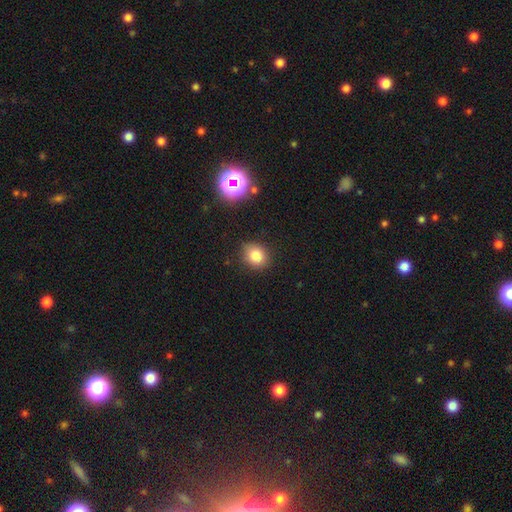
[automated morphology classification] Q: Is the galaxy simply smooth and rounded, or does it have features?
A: smooth — 79%.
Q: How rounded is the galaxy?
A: round — 65%.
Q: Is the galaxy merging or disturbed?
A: none — 85%.